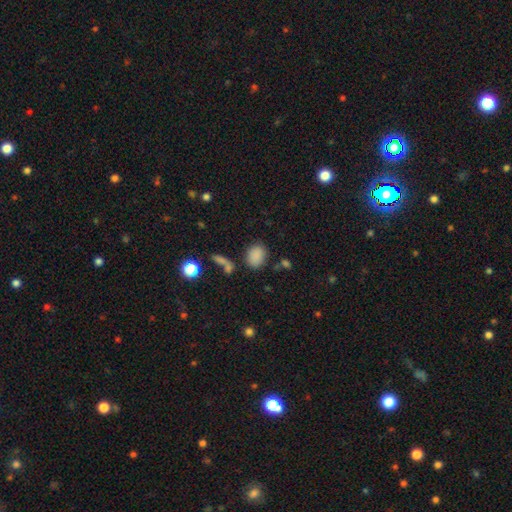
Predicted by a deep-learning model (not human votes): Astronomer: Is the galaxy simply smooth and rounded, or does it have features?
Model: smooth — 85%.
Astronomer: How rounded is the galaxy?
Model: in between — 72%.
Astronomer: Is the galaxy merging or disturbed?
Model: none — 75%.